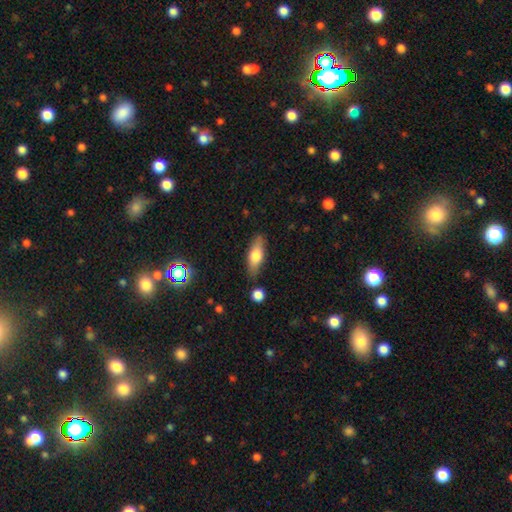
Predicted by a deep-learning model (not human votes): Smooth or featured?
  - smooth: 66% *
  - featured or disk: 27%
  - star or artifact: 7%
How rounded?
  - in between: 65% *
  - cigar-shaped: 32%
  - round: 3%
Merging?
  - none: 81% *
  - minor disturbance: 13%
  - merger: 4%
  - major disturbance: 3%